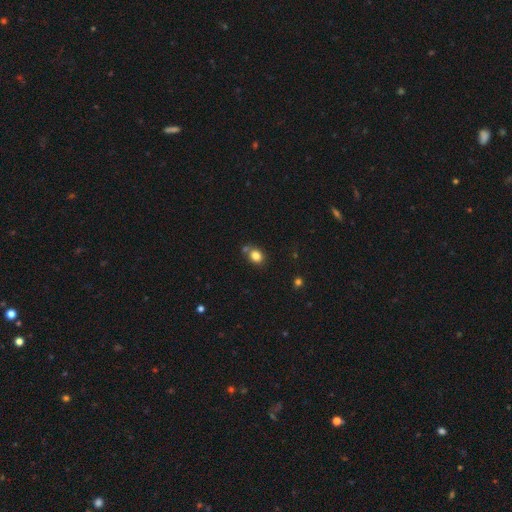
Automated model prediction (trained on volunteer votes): Smooth or featured? smooth (82%)
How rounded? round (60%)
Merging? none (65%)